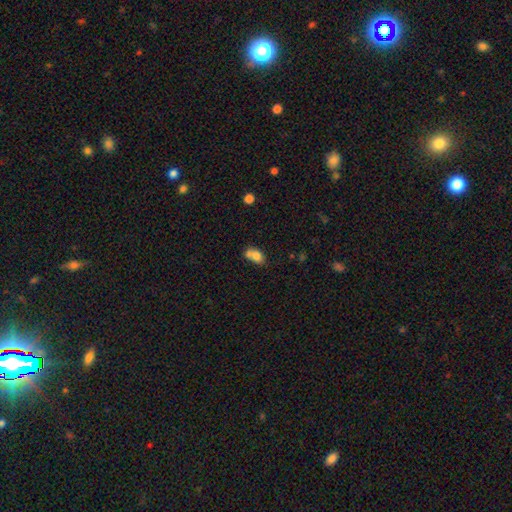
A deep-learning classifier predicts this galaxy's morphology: smooth 75%, featured or disk 15%, star or artifact 10%. Down the decision tree: how rounded — in between (72%); merging — merger (51%).